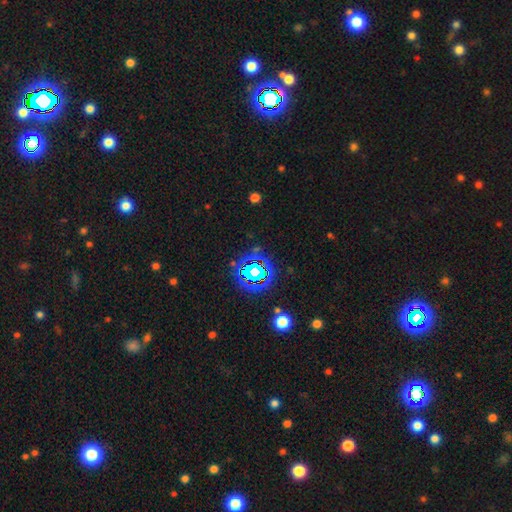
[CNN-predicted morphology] type=star or artifact (79%).